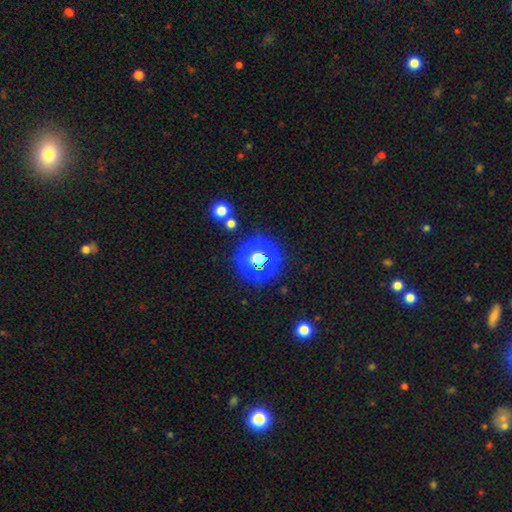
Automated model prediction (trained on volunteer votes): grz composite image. It shows a star or artifact, not a galaxy (52%).